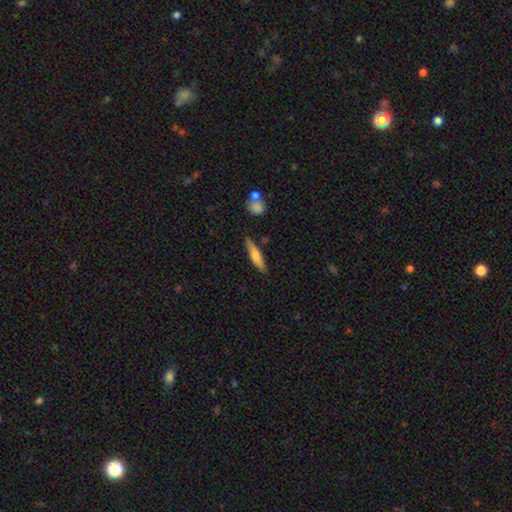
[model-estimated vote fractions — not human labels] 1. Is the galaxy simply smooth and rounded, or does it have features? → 70% smooth, 23% featured or disk, 6% star or artifact.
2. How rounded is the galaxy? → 77% cigar-shaped, 22% in between, 2% round.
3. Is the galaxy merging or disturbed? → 78% none, 15% minor disturbance, 3% merger, 3% major disturbance.